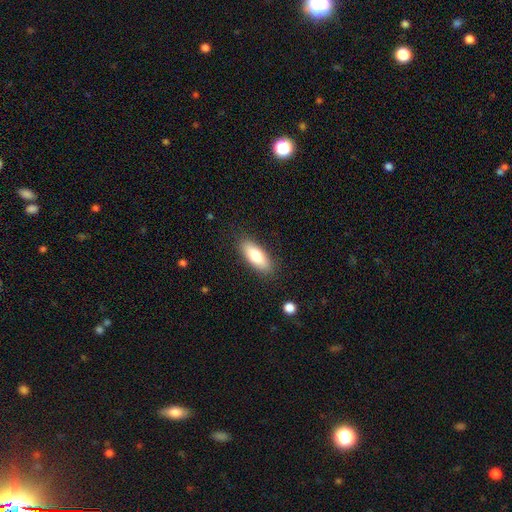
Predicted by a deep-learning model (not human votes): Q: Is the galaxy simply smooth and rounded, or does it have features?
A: smooth — 77%.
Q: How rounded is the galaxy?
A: in between — 75%.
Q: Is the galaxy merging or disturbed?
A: none — 86%.